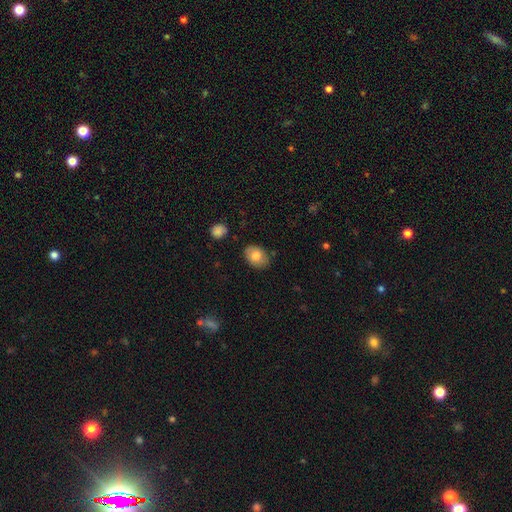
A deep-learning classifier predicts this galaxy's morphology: The model was most divided on "how rounded": in between: 72%, round: 27%, cigar-shaped: 1%. More confident: merging — none (81%); smooth or featured — smooth (76%).